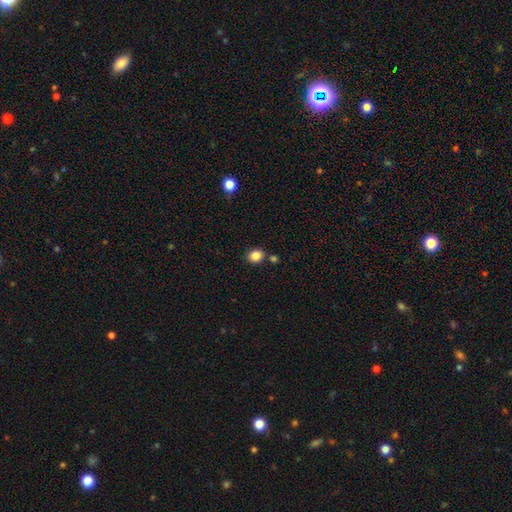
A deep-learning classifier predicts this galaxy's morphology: This appears to be a smooth galaxy with no disk features (85%) that is round (66%). Merging: none (79%).